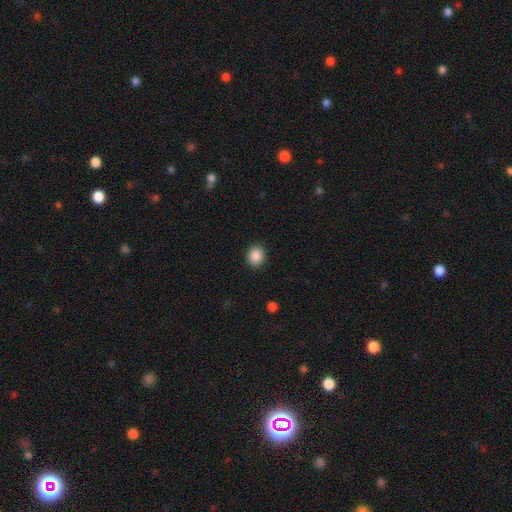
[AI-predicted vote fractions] The model was most divided on "how rounded": round: 71%, in between: 28%, cigar-shaped: 1%. More confident: merging — none (90%); smooth or featured — smooth (88%).